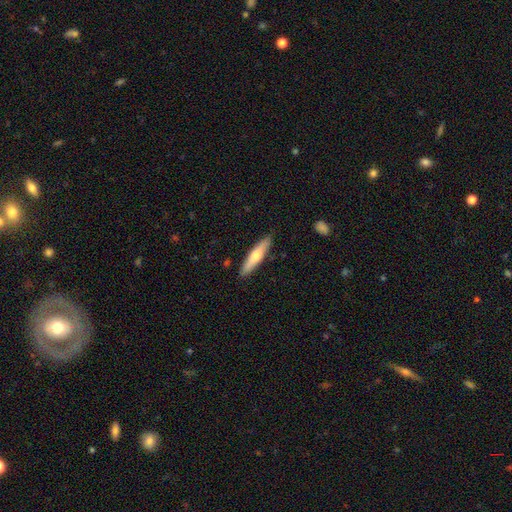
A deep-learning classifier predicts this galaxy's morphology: smooth 57%, featured or disk 37%, star or artifact 5%. Down the decision tree: how rounded — cigar-shaped (80%); merging — none (88%).